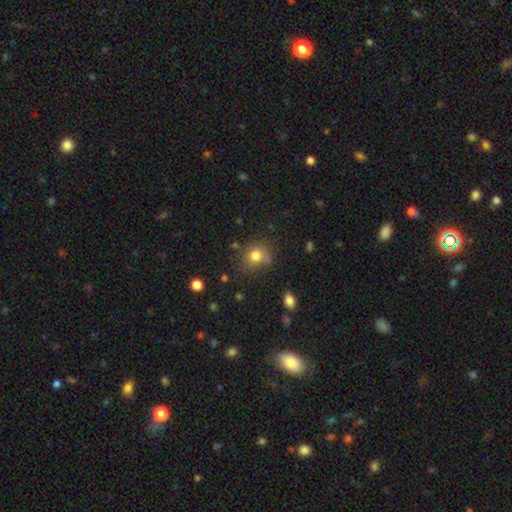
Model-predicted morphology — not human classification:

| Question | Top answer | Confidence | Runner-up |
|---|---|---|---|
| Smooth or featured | smooth | 78% | star or artifact (13%) |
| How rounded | round | 73% | in between (26%) |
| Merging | none | 67% | minor disturbance (20%) |